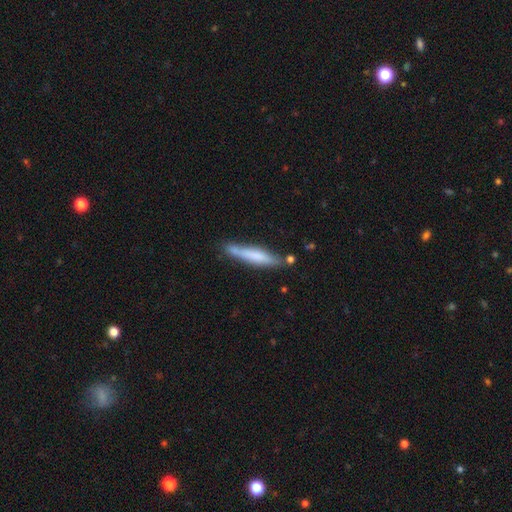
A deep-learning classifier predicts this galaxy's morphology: smooth_or_featured: smooth (p=0.57) [alt: featured or disk p=0.36]
how_rounded: cigar-shaped (p=0.92) [alt: in between p=0.07]
merging: none (p=0.72) [alt: minor disturbance p=0.18]